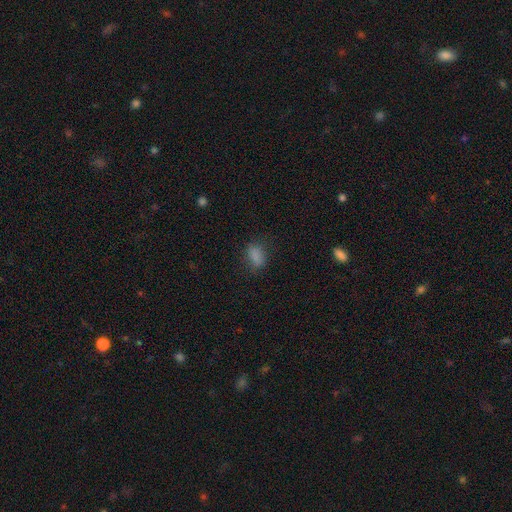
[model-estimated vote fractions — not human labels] Morphology: type=smooth (80%); roundness=in between (80%); merging=none (72%).